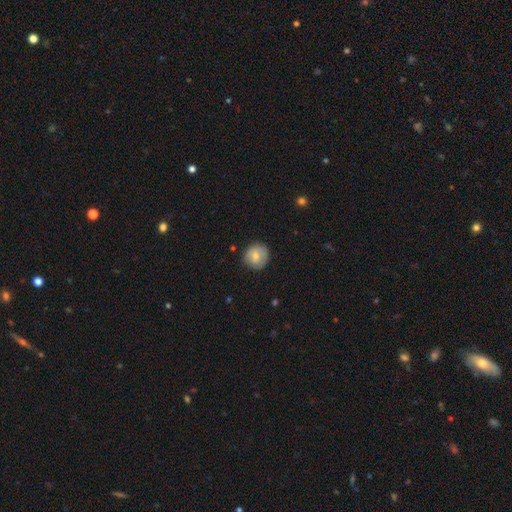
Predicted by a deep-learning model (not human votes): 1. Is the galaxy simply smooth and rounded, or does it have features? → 68% smooth, 24% featured or disk, 7% star or artifact.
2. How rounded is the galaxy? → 89% round, 10% in between, 1% cigar-shaped.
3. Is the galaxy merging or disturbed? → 80% none, 16% minor disturbance, 3% major disturbance, 1% merger.